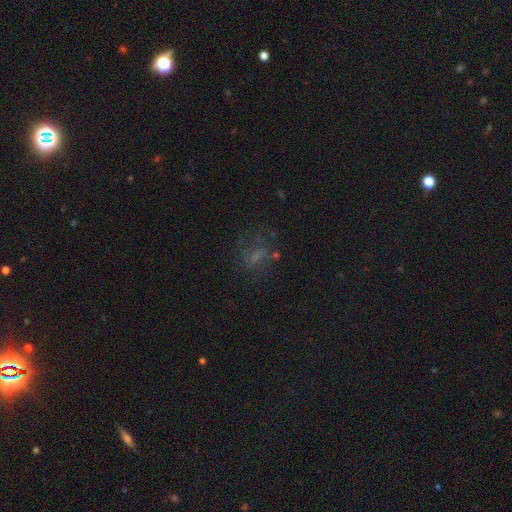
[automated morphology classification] Smooth or featured? smooth (40%)
Merging? none (53%)